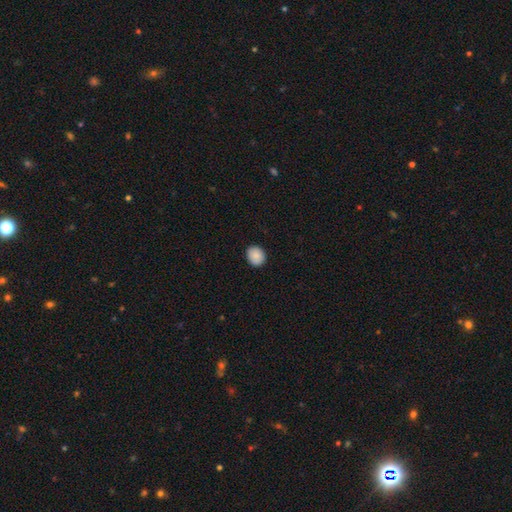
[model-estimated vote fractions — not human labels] Smooth or featured: smooth — 88% (star or artifact — 8%)
How rounded: round — 69% (in between — 30%)
Merging: none — 90% (minor disturbance — 8%)